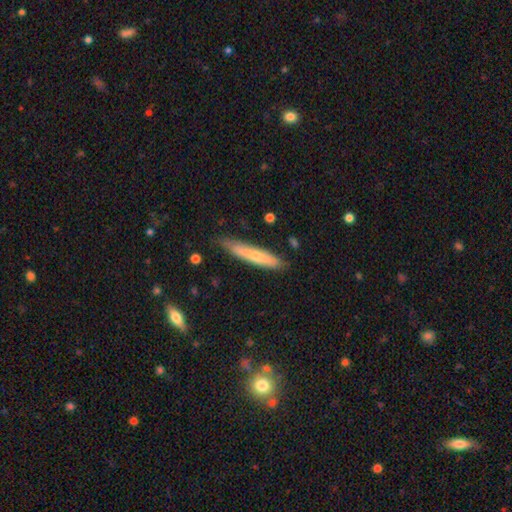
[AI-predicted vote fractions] The model was most divided on "smooth or featured": smooth: 59%, featured or disk: 35%, star or artifact: 6%. More confident: how rounded — cigar-shaped (91%); merging — none (78%).